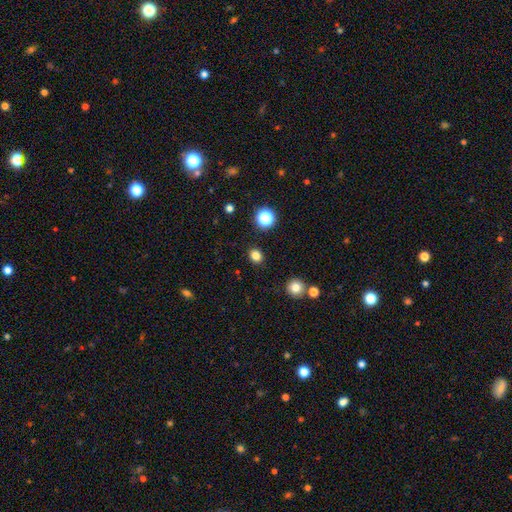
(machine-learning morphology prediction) Smooth or featured? smooth (81%)
How rounded? round (71%)
Merging? none (89%)